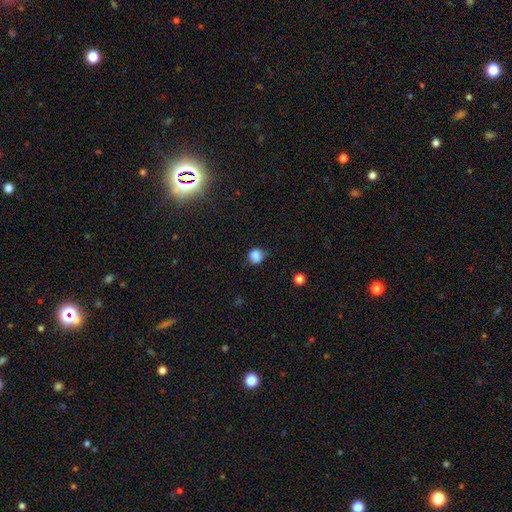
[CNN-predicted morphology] A smooth galaxy with no disk features (84%) that is round (77%).

Vote fractions:
- Smooth or featured? smooth: 84% / star or artifact: 11% / featured or disk: 5%
- How rounded? round: 77% / in between: 22% / cigar-shaped: 1%
- Merging? none: 67% / minor disturbance: 24% / major disturbance: 6% / merger: 3%